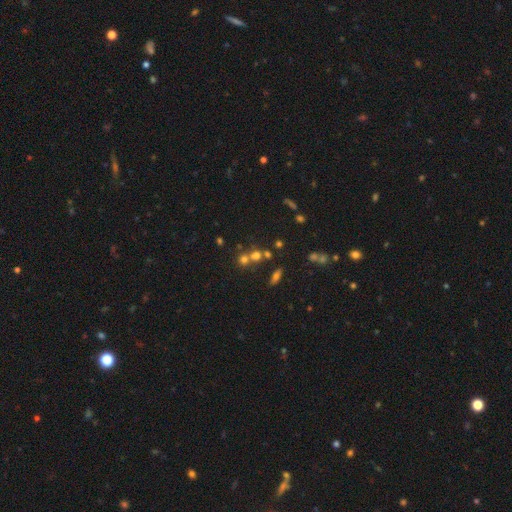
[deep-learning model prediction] Overall: smooth (59%; star or artifact 24%). How rounded: round (79%). Merging: none (46%; merger 42%).